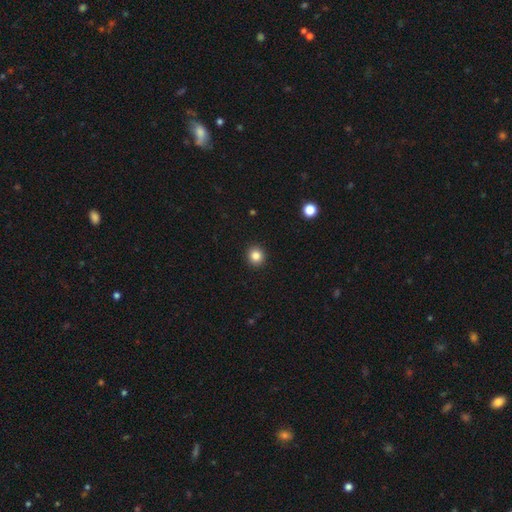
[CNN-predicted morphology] Q: Smooth or featured?
A: smooth (84%); runner-up: star or artifact (11%)
Q: How rounded?
A: round (88%); runner-up: in between (11%)
Q: Merging?
A: none (92%); runner-up: minor disturbance (5%)